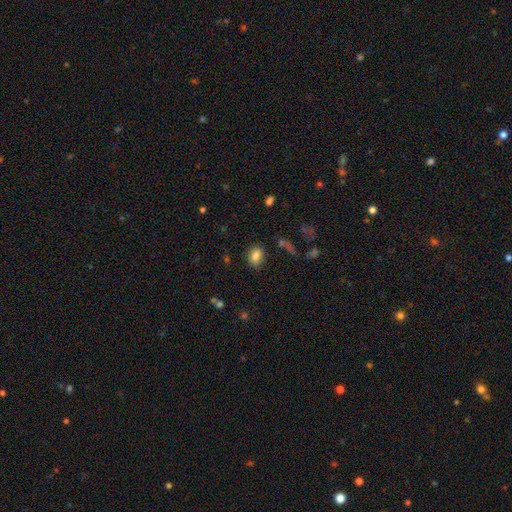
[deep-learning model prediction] The model was most divided on "how rounded": in between: 64%, round: 34%, cigar-shaped: 2%. More confident: smooth or featured — smooth (81%); merging — none (80%).